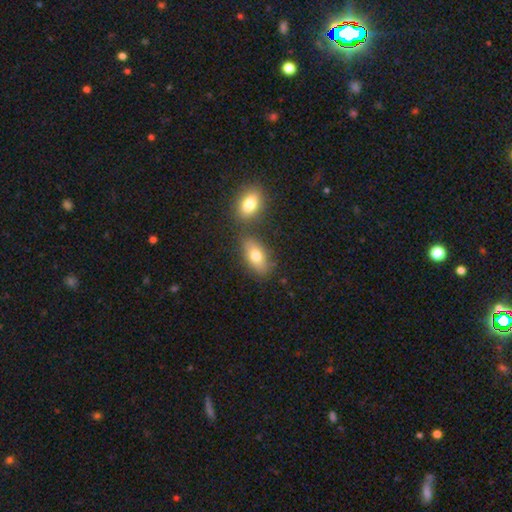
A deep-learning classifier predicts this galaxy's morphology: Smooth or featured? smooth (74%)
How rounded? in between (86%)
Merging? none (67%)